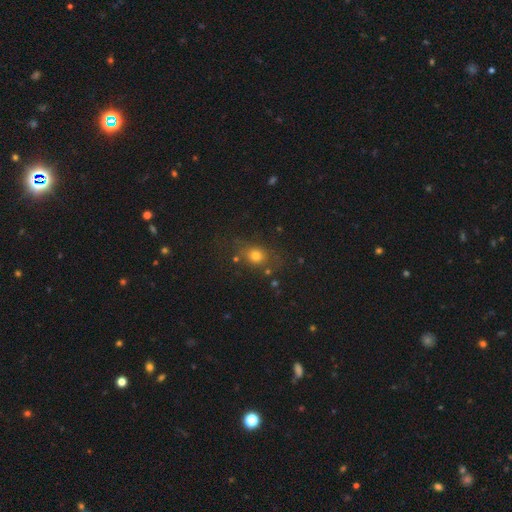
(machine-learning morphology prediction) smooth-or-featured: smooth: 73% | star or artifact: 17% | featured or disk: 11%
  how-rounded: round: 57% | in between: 41% | cigar-shaped: 2%
  merging: none: 73% | minor disturbance: 15% | major disturbance: 7% | merger: 4%